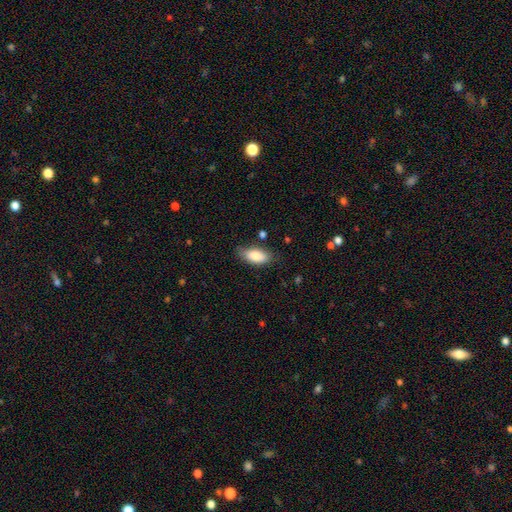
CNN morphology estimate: Smooth or featured? smooth (83%)
How rounded? in between (90%)
Merging? none (72%)